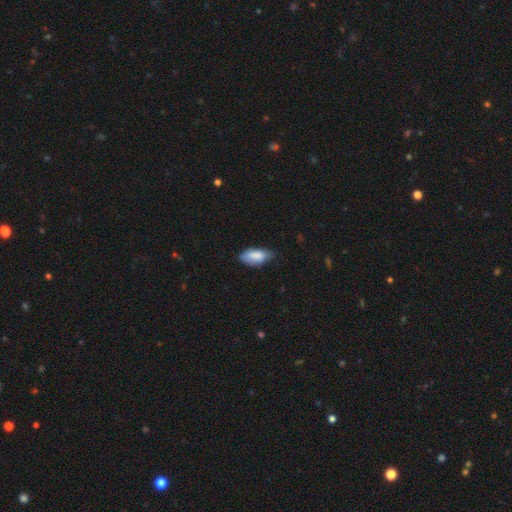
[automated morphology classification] Smooth or featured? smooth (82%)
How rounded? in between (90%)
Merging? none (55%)